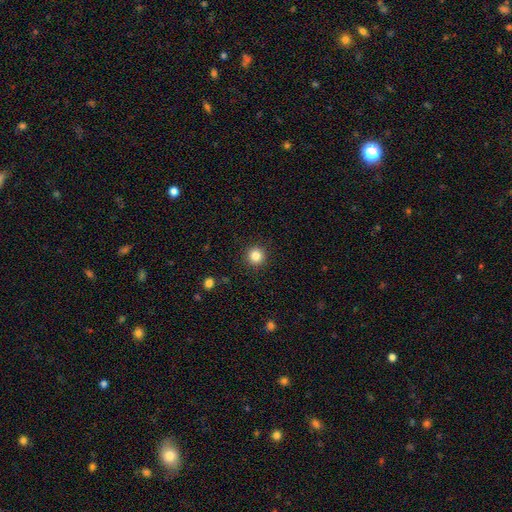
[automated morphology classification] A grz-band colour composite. It shows a smooth galaxy with no disk features (84%) that is round (95%). Merging: none (92%).